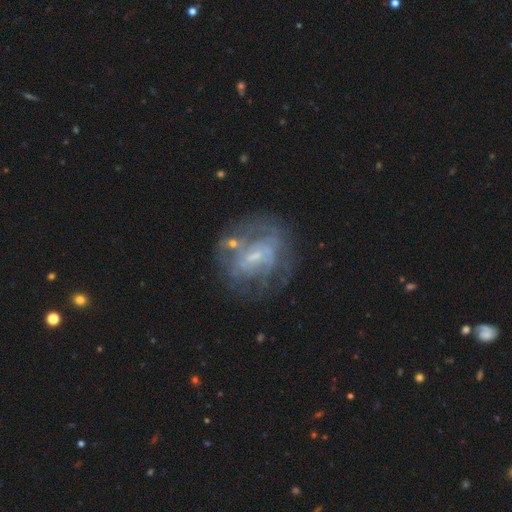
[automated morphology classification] This is likely a featured or disk galaxy (73%). It is clearly not viewed edge-on (97%). Bar: possibly weak (45%). Spiral arm pattern: likely yes (61%). Central bulge: likely small (64%). Merging: likely none (60%).